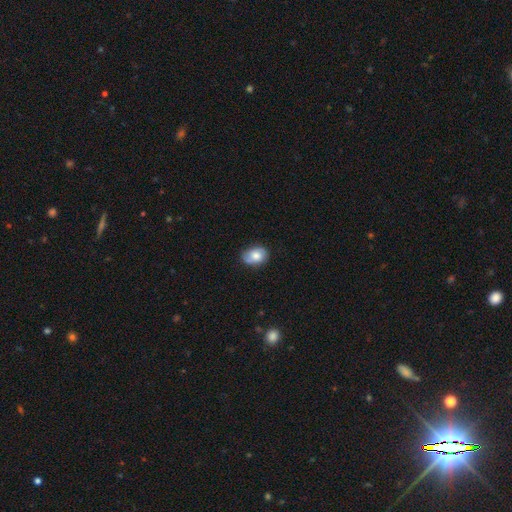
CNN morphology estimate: Smooth or featured: smooth — 75% (featured or disk — 17%)
How rounded: in between — 70% (round — 29%)
Merging: none — 69% (minor disturbance — 25%)